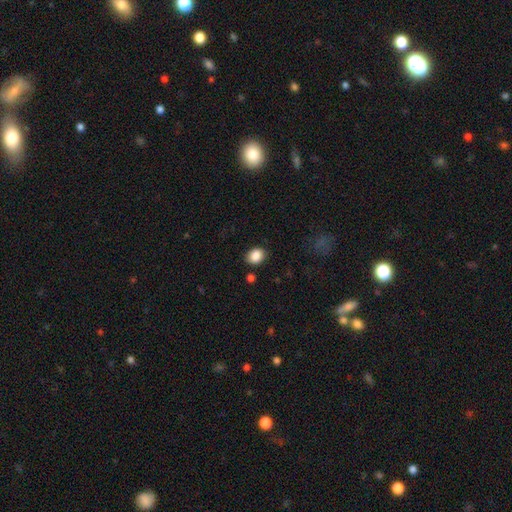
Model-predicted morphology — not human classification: Smooth or featured?
  - smooth: 88% *
  - star or artifact: 8%
  - featured or disk: 4%
How rounded?
  - in between: 56% *
  - round: 43%
  - cigar-shaped: 1%
Merging?
  - none: 85% *
  - minor disturbance: 10%
  - major disturbance: 3%
  - merger: 2%